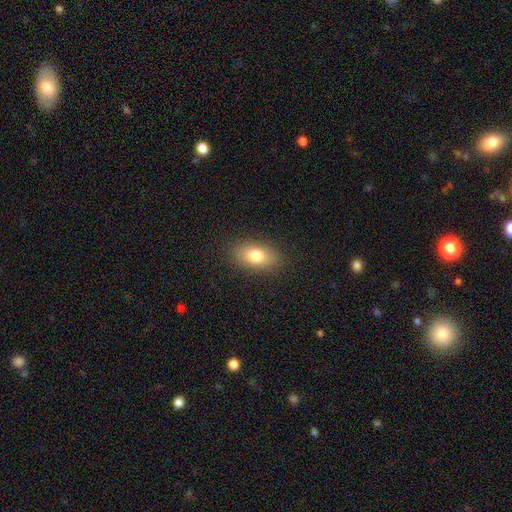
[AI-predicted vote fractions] Smooth or featured? smooth (78%)
How rounded? in between (87%)
Merging? none (88%)